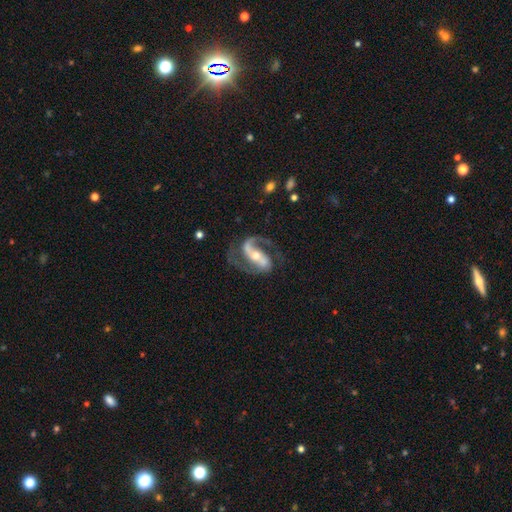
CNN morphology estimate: This is clearly a featured or disk galaxy (90%). It is clearly not viewed edge-on (96%). Bar: possibly strong (54%). Spiral arm pattern: clearly yes (97%). Spiral arm count: clearly 2 (88%). Spiral winding: possibly medium (53%). Central bulge: possibly moderate (57%). Merging: likely none (69%).